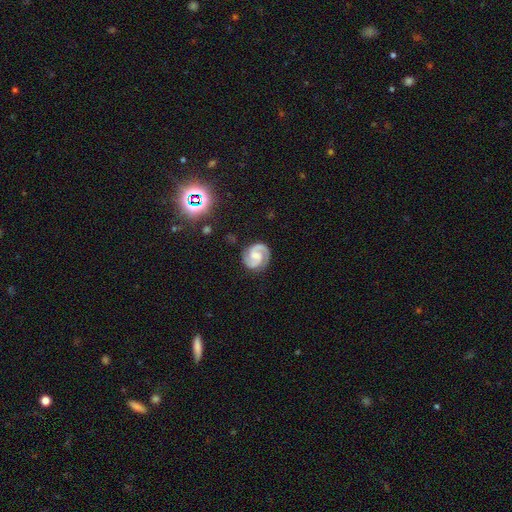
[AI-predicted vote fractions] Smooth or featured? Predicted: featured or disk (p=0.88). Edge-on disk? Predicted: no (p=0.98). Bar? Predicted: weak (p=0.44). Spiral arms? Predicted: yes (p=0.98). Spiral winding? Predicted: medium (p=0.49). Spiral arm count? Predicted: 2 (p=0.93). Bulge size? Predicted: none (p=0.34). Merging? Predicted: none (p=0.83).